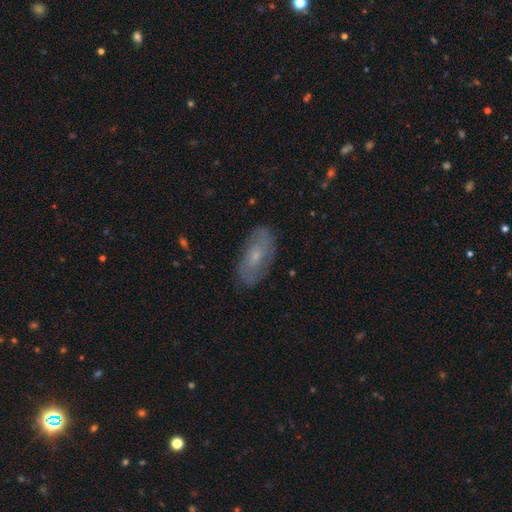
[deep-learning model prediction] Smooth or featured?
  - featured or disk: 48% *
  - smooth: 43%
  - star or artifact: 9%
Merging?
  - none: 80% *
  - minor disturbance: 15%
  - major disturbance: 4%
  - merger: 1%